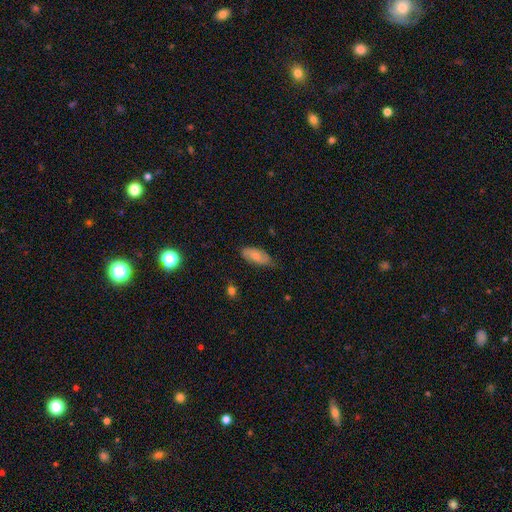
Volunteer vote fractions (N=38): Smooth or featured? 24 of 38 (63%) said smooth. How rounded? 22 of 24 (92%) said in between. Merging? 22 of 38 (58%) said none.